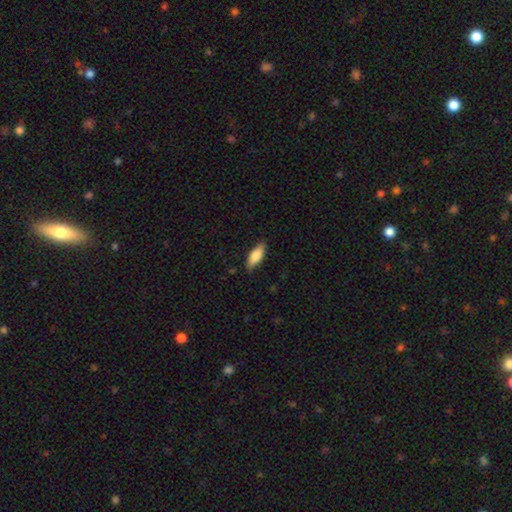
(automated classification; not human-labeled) A smooth galaxy with no disk features (76%) that is in between round and cigar-shaped (73%).

Vote fractions:
- Smooth or featured? smooth: 76% / featured or disk: 18% / star or artifact: 6%
- How rounded? in between: 73% / cigar-shaped: 24% / round: 2%
- Merging? none: 81% / minor disturbance: 16% / major disturbance: 3% / merger: 1%